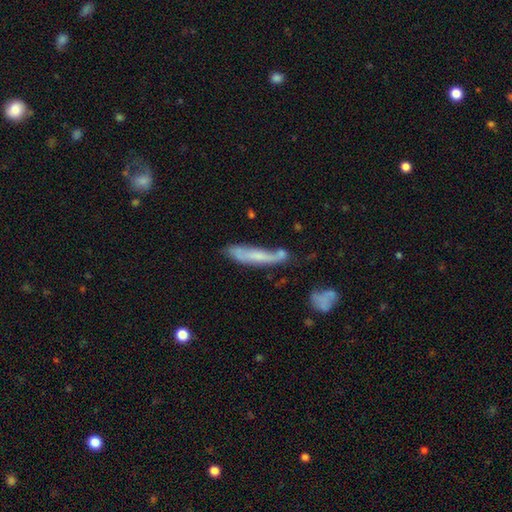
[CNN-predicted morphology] A smooth galaxy with no disk features (52%) that is cigar-shaped (84%).

Vote fractions:
- Smooth or featured? smooth: 52% / featured or disk: 40% / star or artifact: 8%
- How rounded? cigar-shaped: 84% / in between: 14% / round: 2%
- Merging? none: 44% / minor disturbance: 26% / merger: 16% / major disturbance: 13%